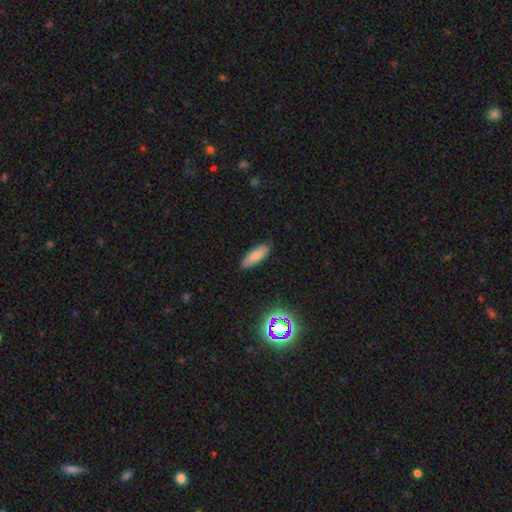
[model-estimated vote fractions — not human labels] Overall: smooth (81%). How rounded: in between (59%; cigar-shaped 39%). Merging: none (87%).